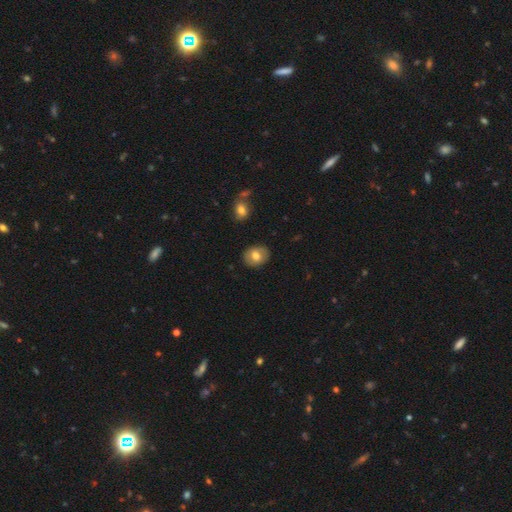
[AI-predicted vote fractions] Overall: smooth (71%). How rounded: in between (52%; round 47%). Merging: none (87%).